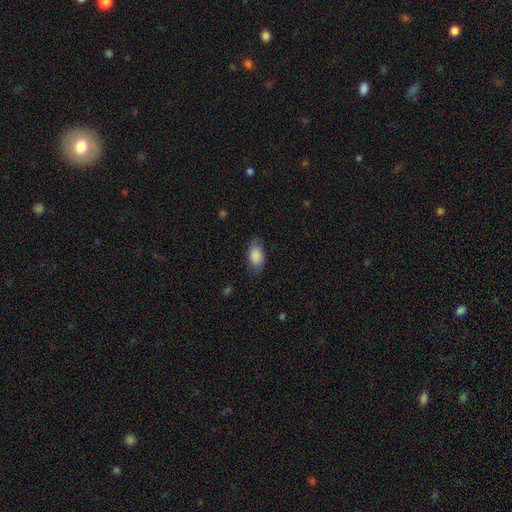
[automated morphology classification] This is clearly a smooth galaxy (87%). How rounded: clearly in between (92%). Merging: likely none (75%).